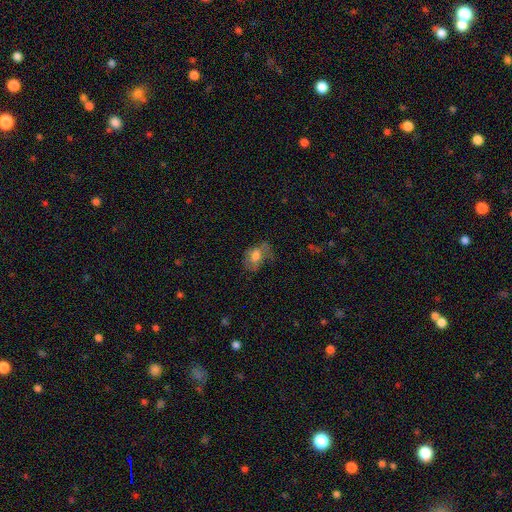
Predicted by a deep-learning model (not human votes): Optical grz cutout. It shows a smooth galaxy with no disk features (58%) that is in between round and cigar-shaped (81%). Merging: none (39%).